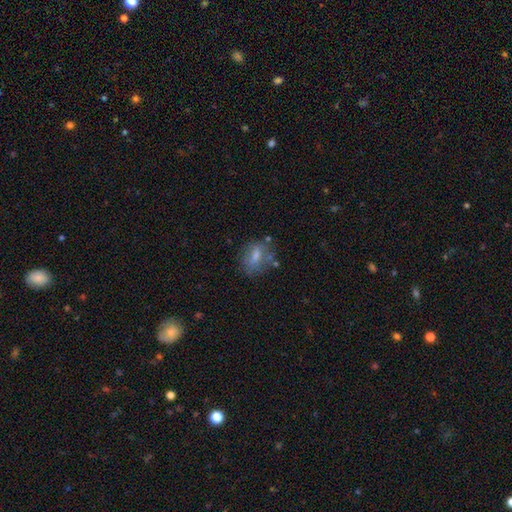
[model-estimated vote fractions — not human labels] The model was most divided on "smooth or featured": smooth: 56%, featured or disk: 29%, star or artifact: 15%. More confident: merging — none (66%); how rounded — in between (63%).